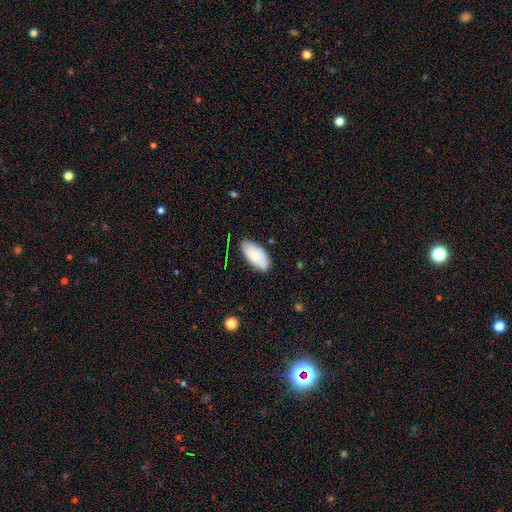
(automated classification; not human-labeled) Smooth or featured: smooth — 78% (featured or disk — 15%)
How rounded: in between — 93% (cigar-shaped — 5%)
Merging: none — 76% (minor disturbance — 19%)